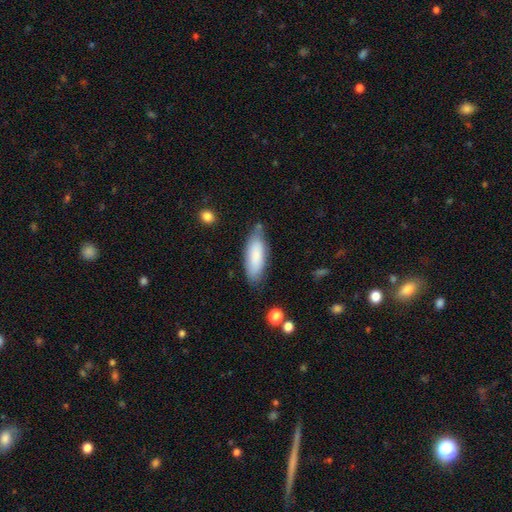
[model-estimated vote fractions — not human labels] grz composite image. It shows a smooth galaxy with no disk features (82%) that is in between round and cigar-shaped (70%). Merging: none (69%).